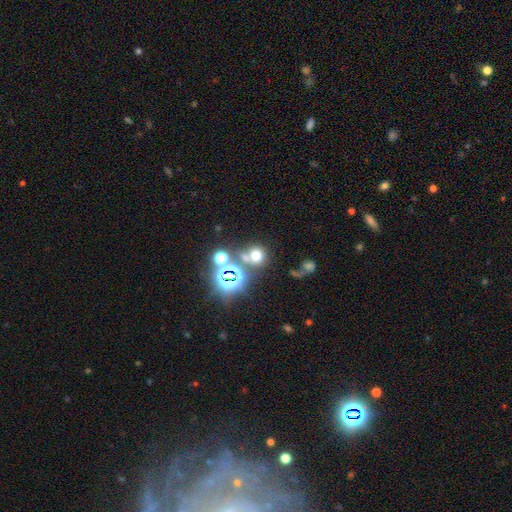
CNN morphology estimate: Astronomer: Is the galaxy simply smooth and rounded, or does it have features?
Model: smooth — 60%.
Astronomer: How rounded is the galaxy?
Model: round — 86%.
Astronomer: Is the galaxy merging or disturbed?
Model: none — 58%.